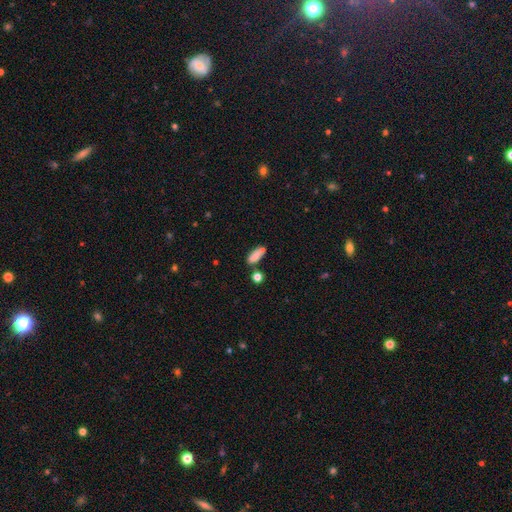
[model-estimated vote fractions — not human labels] This is likely a smooth galaxy (80%). How rounded: likely in between (65%). Merging: likely none (60%).